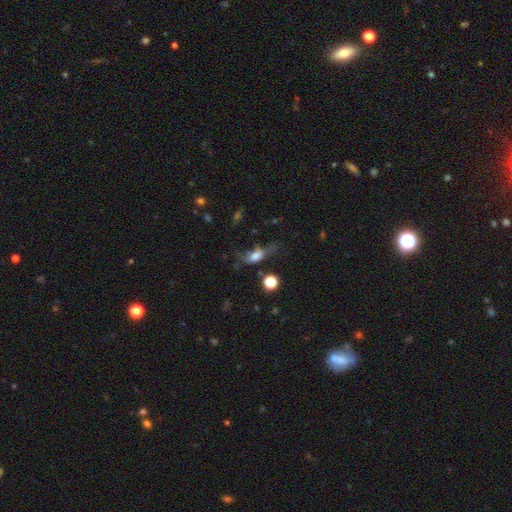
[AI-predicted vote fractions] Morphology: type=smooth (63%); roundness=in between (68%); merging=none (35%).